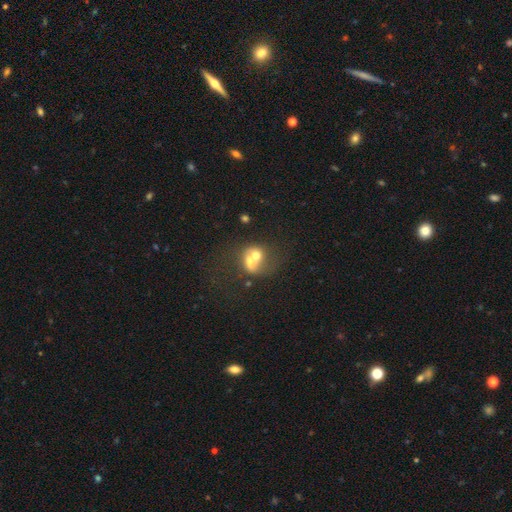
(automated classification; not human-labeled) smooth 48%, featured or disk 39%, star or artifact 12%. Down the decision tree: merging — merger (69%).